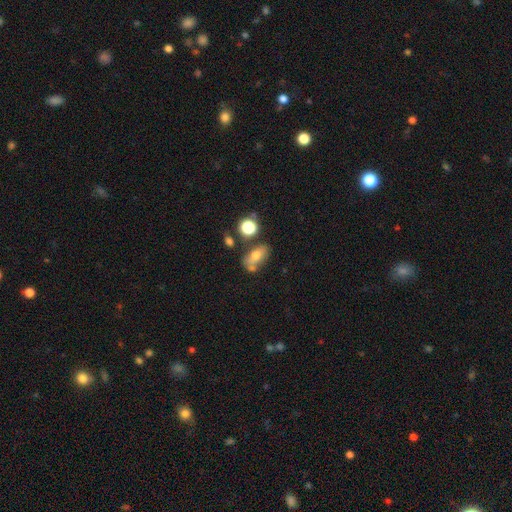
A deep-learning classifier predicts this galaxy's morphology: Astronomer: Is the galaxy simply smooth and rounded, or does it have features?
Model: smooth — 64%.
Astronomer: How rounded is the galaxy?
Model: in between — 77%.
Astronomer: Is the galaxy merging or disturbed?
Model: none — 54%.